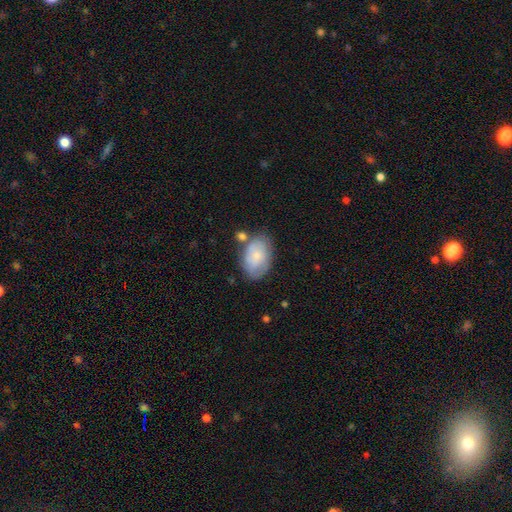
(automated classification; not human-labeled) smooth 64%, featured or disk 30%, star or artifact 7%. Down the decision tree: how rounded — in between (87%); merging — none (59%).